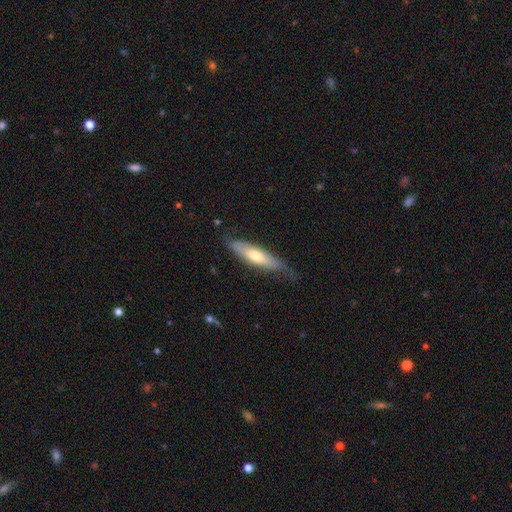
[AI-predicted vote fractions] Smooth or featured: smooth — 52% (featured or disk — 43%)
How rounded: cigar-shaped — 63% (in between — 35%)
Merging: none — 60% (minor disturbance — 29%)